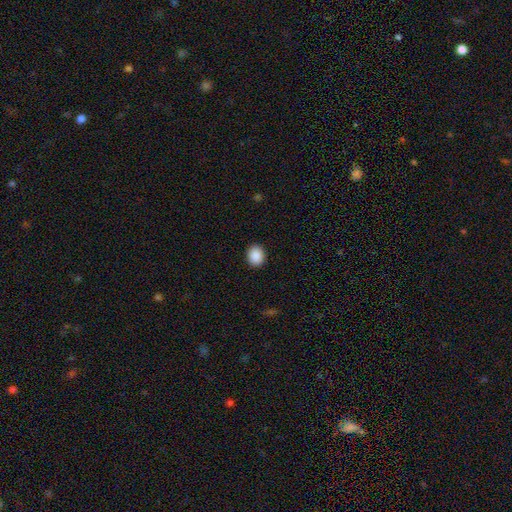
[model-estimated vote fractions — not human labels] Overall: smooth (90%). How rounded: round (51%; in between 48%). Merging: none (91%).